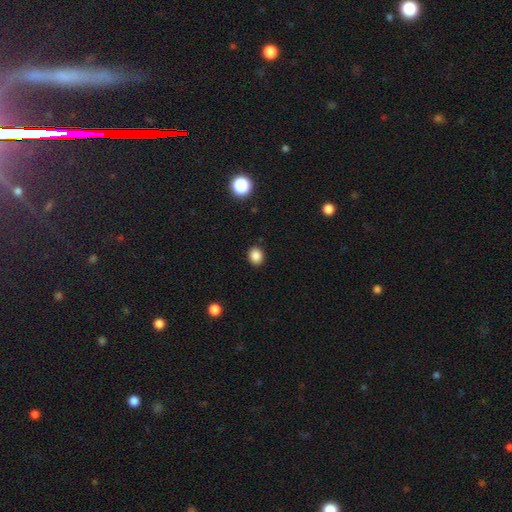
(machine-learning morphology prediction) Overall: smooth (86%). How rounded: round (62%; in between 37%). Merging: none (90%).